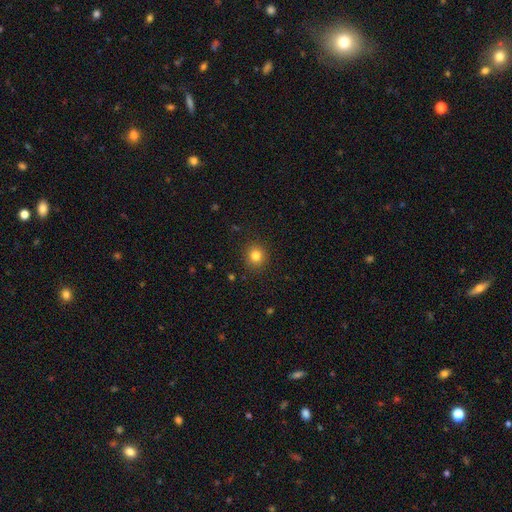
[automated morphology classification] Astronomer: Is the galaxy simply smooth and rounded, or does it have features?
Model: smooth — 82%.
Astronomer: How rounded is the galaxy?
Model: round — 87%.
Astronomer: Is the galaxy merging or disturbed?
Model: none — 90%.